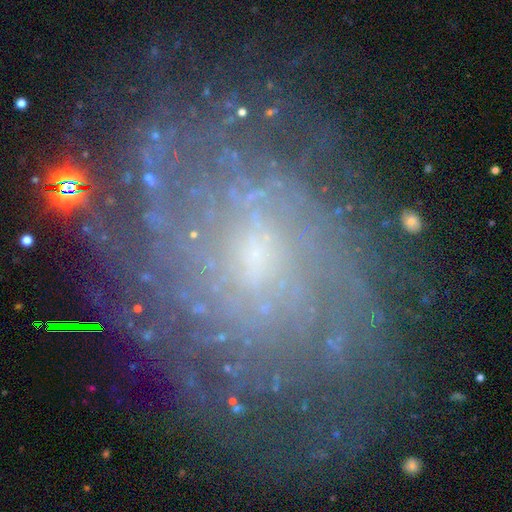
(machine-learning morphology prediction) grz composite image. It shows a featured or disk galaxy (82%) with no bar (54%), tight (62%) spiral arms (90%) and a small central bulge (70%). Merging: none (71%).